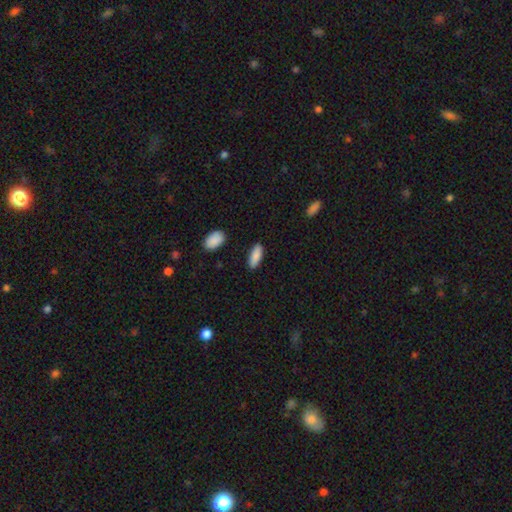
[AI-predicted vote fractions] Morphology: type=smooth (87%); roundness=in between (72%); merging=none (87%).